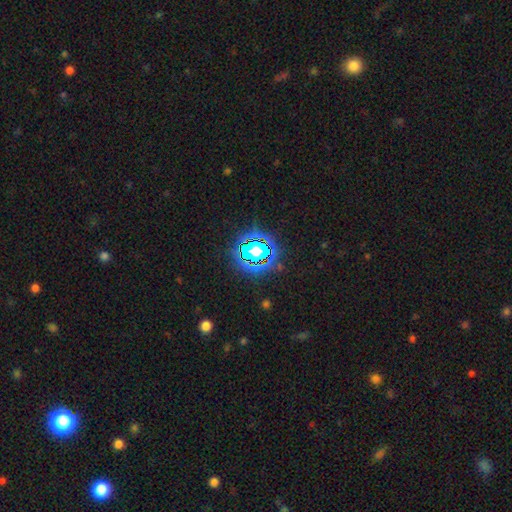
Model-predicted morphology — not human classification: Smooth or featured? Predicted: star or artifact (p=0.65).